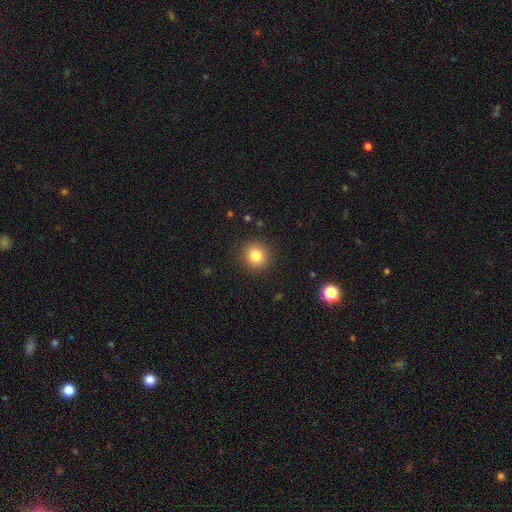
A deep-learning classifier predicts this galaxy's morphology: This appears to be a smooth galaxy with no disk features (82%) that is round (93%). Merging: none (91%).